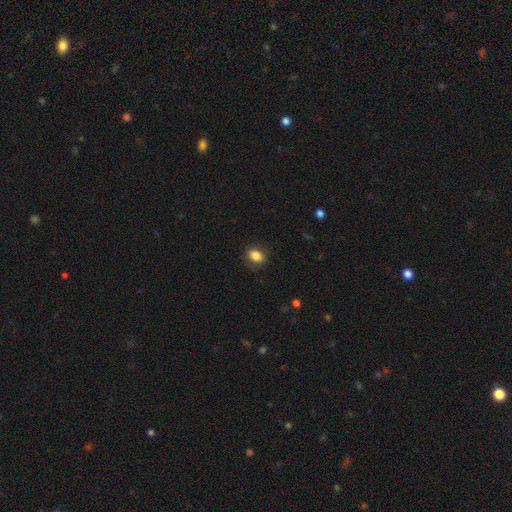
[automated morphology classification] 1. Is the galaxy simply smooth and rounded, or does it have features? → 86% smooth, 9% star or artifact, 5% featured or disk.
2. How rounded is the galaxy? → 72% in between, 26% round, 1% cigar-shaped.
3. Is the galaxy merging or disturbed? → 87% none, 10% minor disturbance, 3% major disturbance, 1% merger.